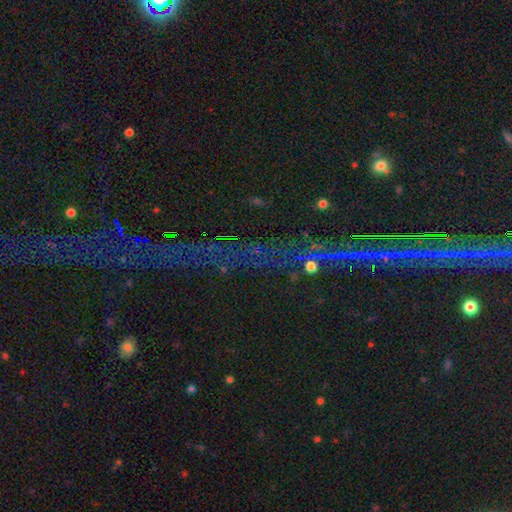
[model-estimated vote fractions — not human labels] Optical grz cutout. It shows a star or artifact, not a galaxy (83%).